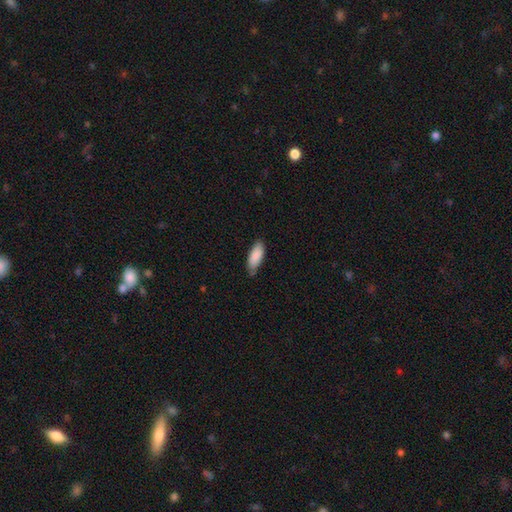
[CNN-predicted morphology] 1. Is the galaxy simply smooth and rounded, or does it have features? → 88% smooth, 6% featured or disk, 6% star or artifact.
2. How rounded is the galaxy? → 80% in between, 19% cigar-shaped, 2% round.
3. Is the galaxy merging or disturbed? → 71% none, 24% minor disturbance, 3% major disturbance, 2% merger.